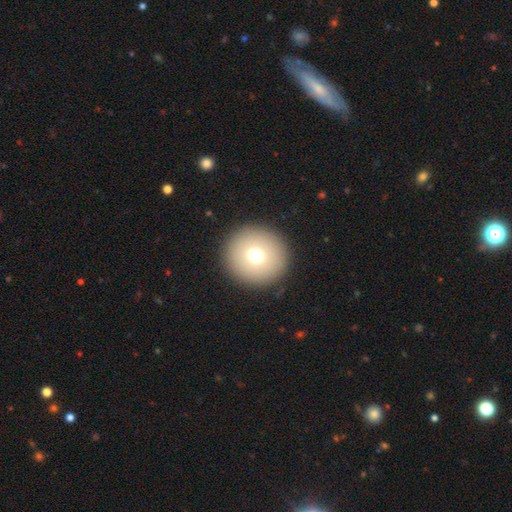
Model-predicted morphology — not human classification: type=smooth (70%); roundness=round (95%); merging=none (91%).